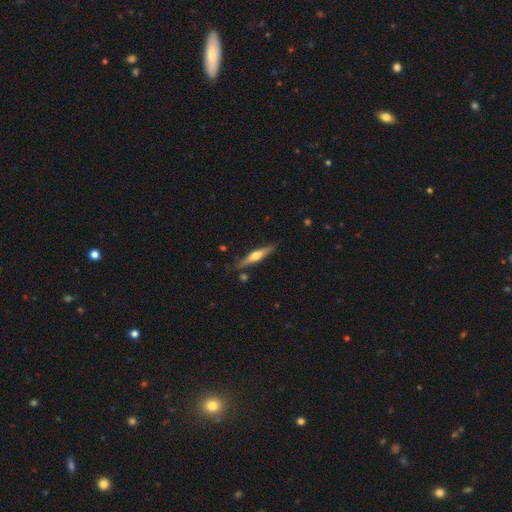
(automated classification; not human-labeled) This appears to be a featured or disk galaxy (55%) viewed edge-on (95%) with a rounded central bulge (89%). Merging: none (82%).